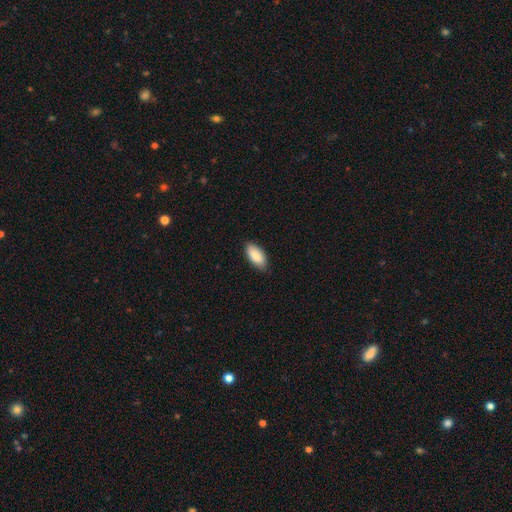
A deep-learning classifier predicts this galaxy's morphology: smooth 89%, star or artifact 6%, featured or disk 5%. Down the decision tree: how rounded — in between (92%); merging — none (84%).